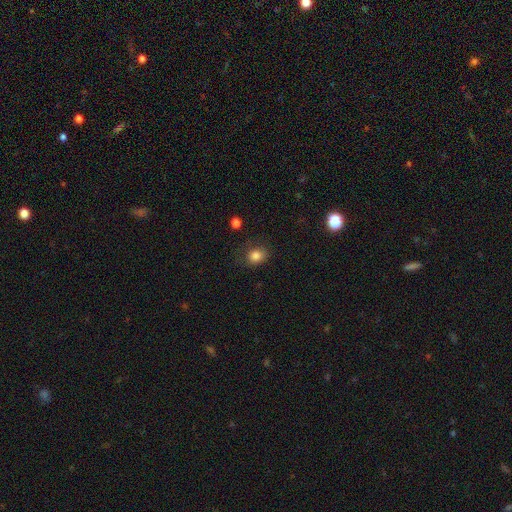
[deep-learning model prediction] smooth_or_featured: smooth (p=0.82) [alt: star or artifact p=0.11]
how_rounded: round (p=0.50) [alt: in between p=0.49]
merging: none (p=0.72) [alt: minor disturbance p=0.19]